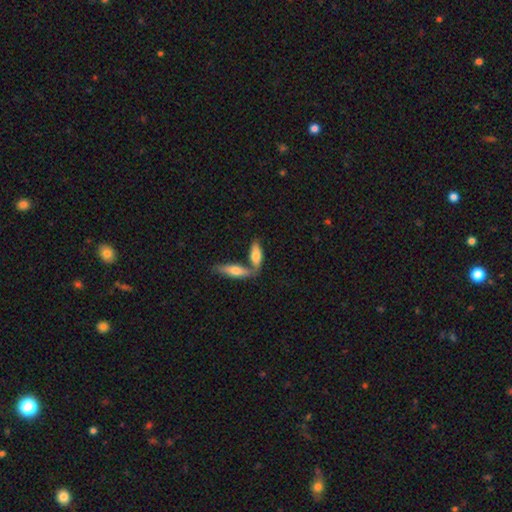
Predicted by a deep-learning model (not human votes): smooth_or_featured: smooth (p=0.70) [alt: featured or disk p=0.24]
how_rounded: in between (p=0.65) [alt: cigar-shaped p=0.32]
merging: merger (p=0.48) [alt: none p=0.39]